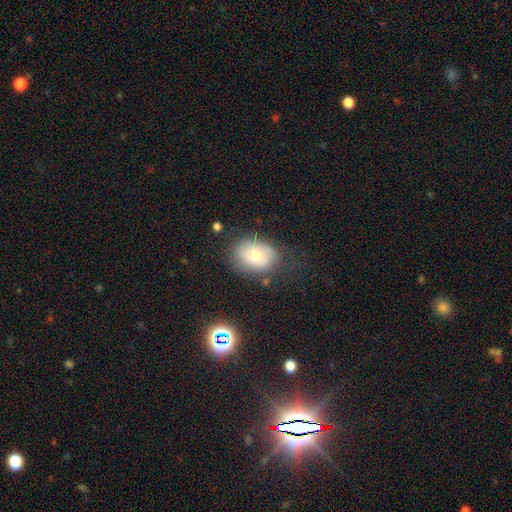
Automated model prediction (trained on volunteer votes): The model was most divided on "how rounded": in between: 70%, round: 29%, cigar-shaped: 1%. More confident: smooth or featured — smooth (68%); merging — none (67%).